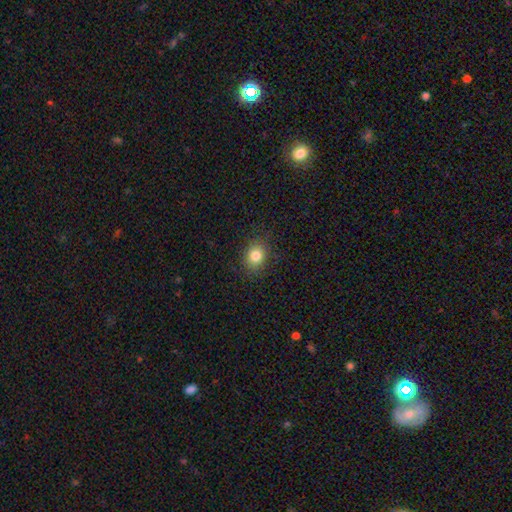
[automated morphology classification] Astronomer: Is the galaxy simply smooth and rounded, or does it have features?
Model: smooth — 82%.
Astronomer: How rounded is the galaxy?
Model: round — 58% (runner-up: in between, 41%).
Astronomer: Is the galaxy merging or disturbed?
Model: none — 86%.